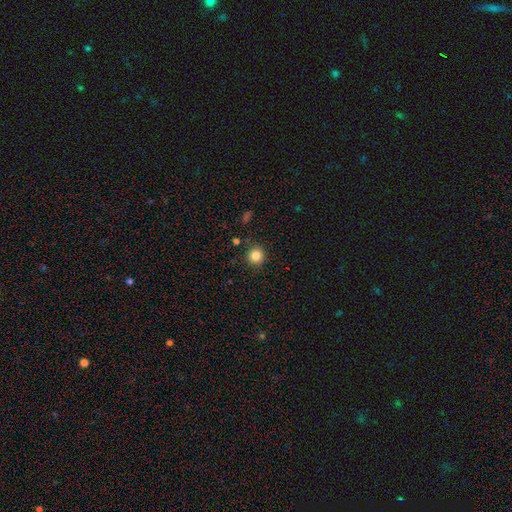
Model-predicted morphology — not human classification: A smooth galaxy with no disk features (83%) that is round (93%).

Vote fractions:
- Smooth or featured? smooth: 83% / star or artifact: 11% / featured or disk: 5%
- How rounded? round: 93% / in between: 6% / cigar-shaped: 1%
- Merging? none: 89% / minor disturbance: 7% / merger: 2% / major disturbance: 2%